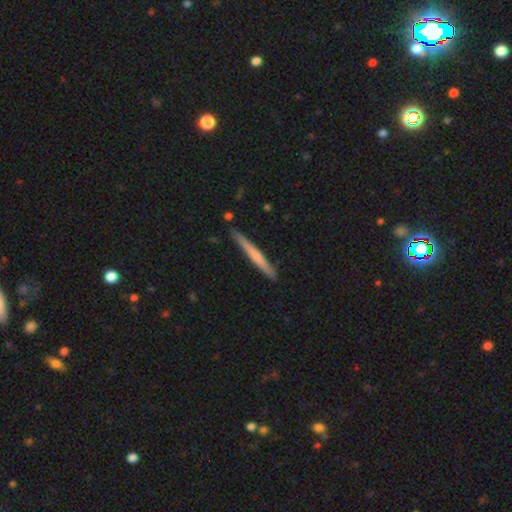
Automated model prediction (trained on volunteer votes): Morphology: type=smooth (53%); roundness=cigar-shaped (97%); merging=none (87%).